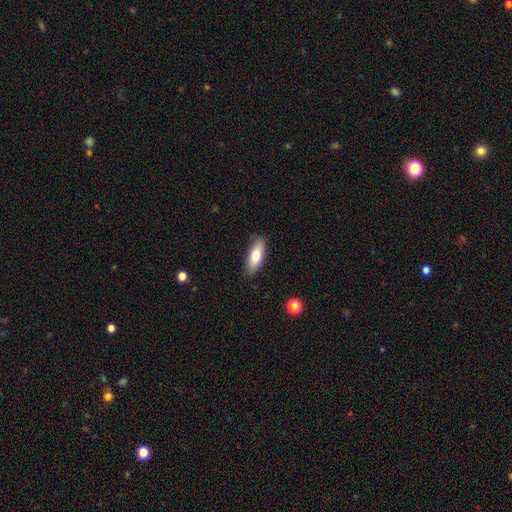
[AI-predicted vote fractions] Smooth or featured? Predicted: smooth (p=0.74). How rounded? Predicted: in between (p=0.75). Merging? Predicted: none (p=0.85).